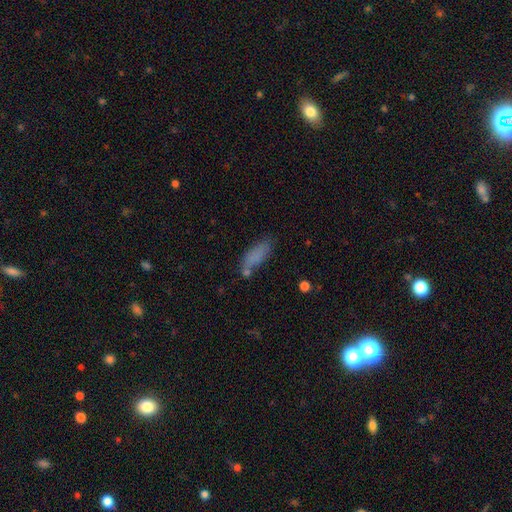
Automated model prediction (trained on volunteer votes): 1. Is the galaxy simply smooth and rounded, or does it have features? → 78% smooth, 12% featured or disk, 9% star or artifact.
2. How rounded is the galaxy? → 64% in between, 34% cigar-shaped, 2% round.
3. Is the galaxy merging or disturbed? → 55% none, 22% minor disturbance, 14% merger, 9% major disturbance.